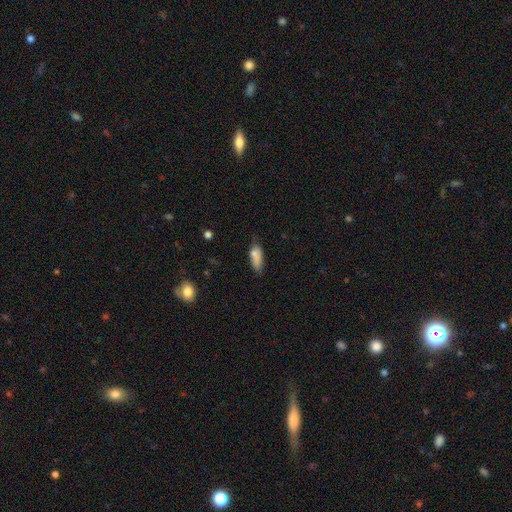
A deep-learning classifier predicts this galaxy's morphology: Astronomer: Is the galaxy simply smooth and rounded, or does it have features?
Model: smooth — 80%.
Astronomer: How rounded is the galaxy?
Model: in between — 72%.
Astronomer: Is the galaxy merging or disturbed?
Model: none — 52% (runner-up: minor disturbance, 32%).